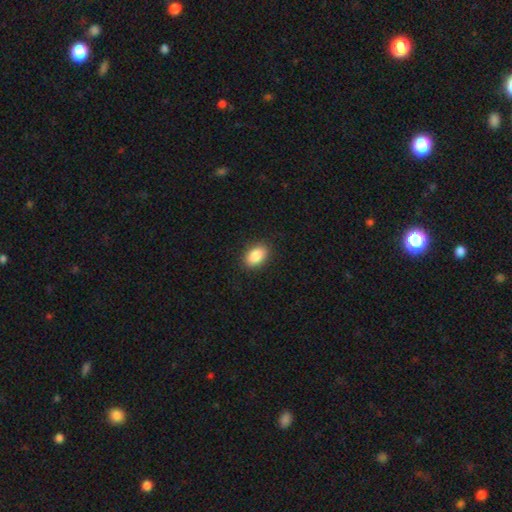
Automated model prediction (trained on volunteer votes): The model was most divided on "how rounded": in between: 87%, round: 12%, cigar-shaped: 1%. More confident: merging — none (88%); smooth or featured — smooth (88%).